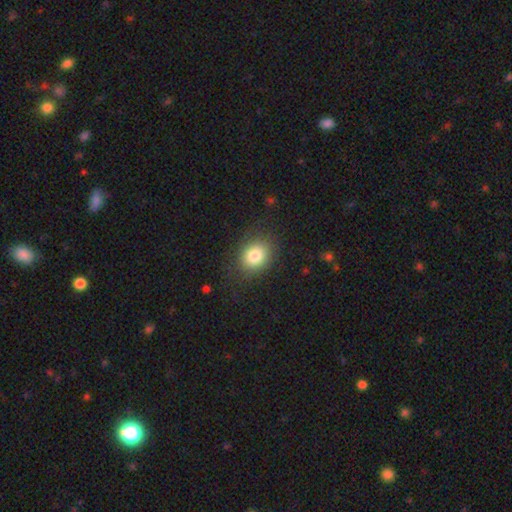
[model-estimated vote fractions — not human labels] smooth-or-featured: smooth: 81% | star or artifact: 11% | featured or disk: 8%
  how-rounded: round: 51% | in between: 48% | cigar-shaped: 1%
  merging: none: 84% | minor disturbance: 12% | major disturbance: 3% | merger: 1%